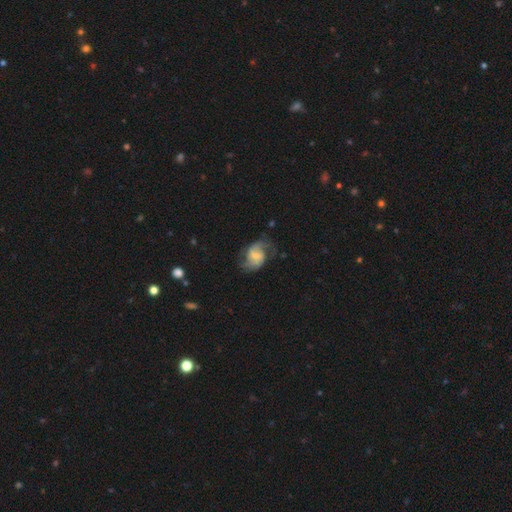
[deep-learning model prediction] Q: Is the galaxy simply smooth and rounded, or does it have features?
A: featured or disk — 74%.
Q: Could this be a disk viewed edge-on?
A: no — 98%.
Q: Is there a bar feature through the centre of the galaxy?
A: weak — 52%.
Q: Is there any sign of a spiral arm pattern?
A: yes — 92%.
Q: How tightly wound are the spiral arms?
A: medium — 47%.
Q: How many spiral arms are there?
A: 2 — 84%.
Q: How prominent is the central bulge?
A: small — 45%.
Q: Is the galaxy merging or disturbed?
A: none — 61%.